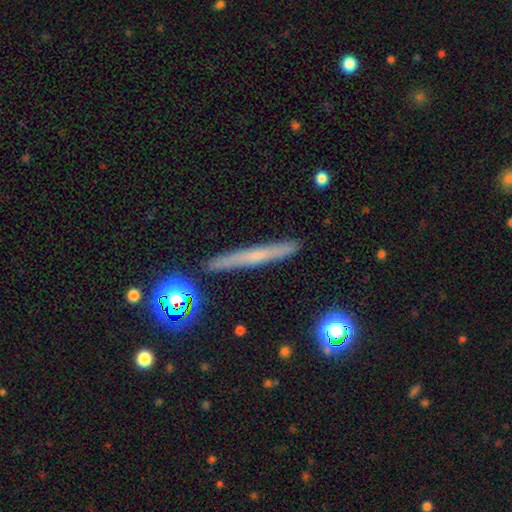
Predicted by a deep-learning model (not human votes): smooth 50%, featured or disk 39%, star or artifact 12%. Down the decision tree: merging — none (90%).